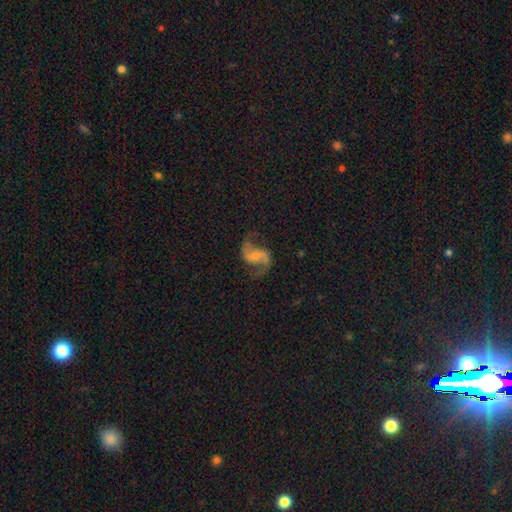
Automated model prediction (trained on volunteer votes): This appears to be a featured or disk galaxy (87%) with a weak bar (47%), 2 (94%) loose (62%) spiral arms (97%) and a small central bulge (38%). Merging: none (74%).